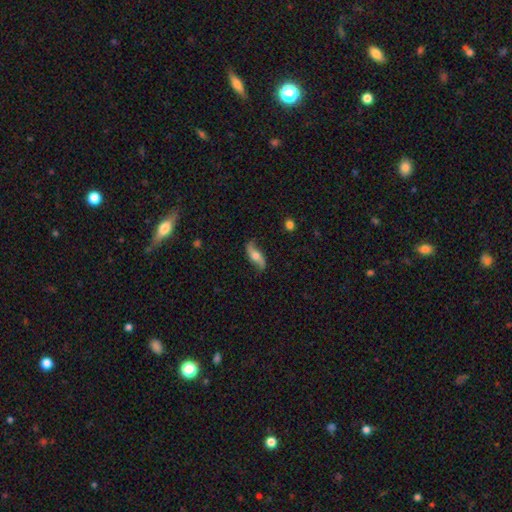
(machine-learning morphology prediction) Smooth or featured: featured or disk — 71% (smooth — 23%)
Edge-on disk: no — 76% (yes — 24%)
Bar: no — 63% (weak — 24%)
Spiral arms: yes — 89% (no — 11%)
Bulge size: moderate — 63% (small — 18%)
Merging: none — 78% (minor disturbance — 16%)